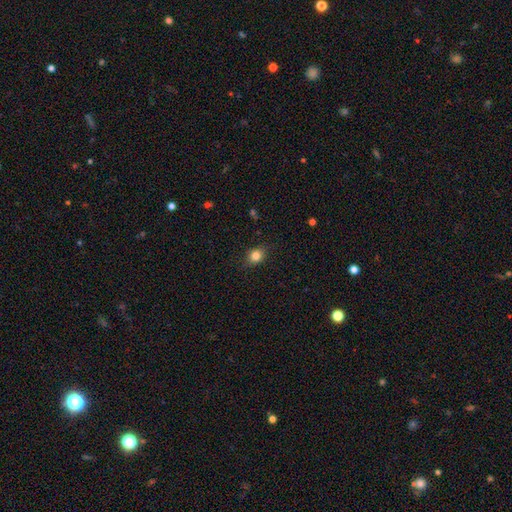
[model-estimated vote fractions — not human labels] This is clearly a smooth galaxy (82%). How rounded: likely round (61%). Merging: clearly none (82%).